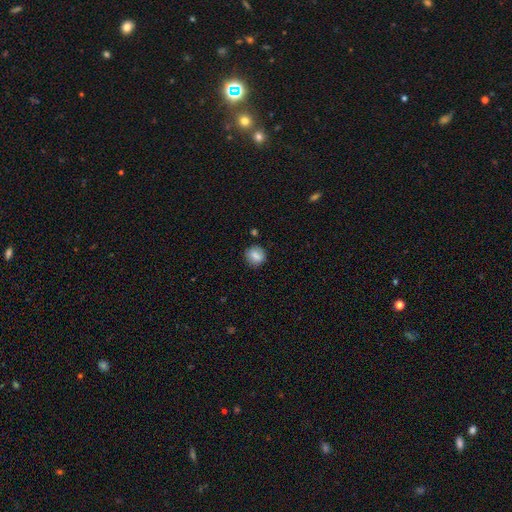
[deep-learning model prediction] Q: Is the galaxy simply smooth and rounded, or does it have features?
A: smooth — 80%.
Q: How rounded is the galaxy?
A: round — 74%.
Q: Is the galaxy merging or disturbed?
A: none — 81%.